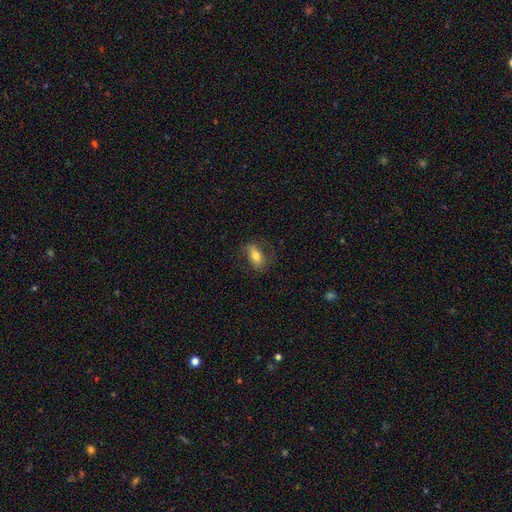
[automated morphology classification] smooth 66%, featured or disk 26%, star or artifact 8%. Down the decision tree: how rounded — in between (84%); merging — none (72%).